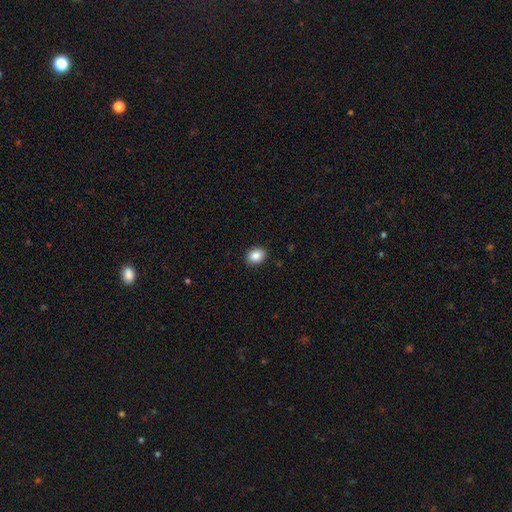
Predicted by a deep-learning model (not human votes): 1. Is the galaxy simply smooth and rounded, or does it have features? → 87% smooth, 8% star or artifact, 4% featured or disk.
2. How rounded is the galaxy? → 61% in between, 38% round, 1% cigar-shaped.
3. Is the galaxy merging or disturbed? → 90% none, 7% minor disturbance, 2% major disturbance, 1% merger.